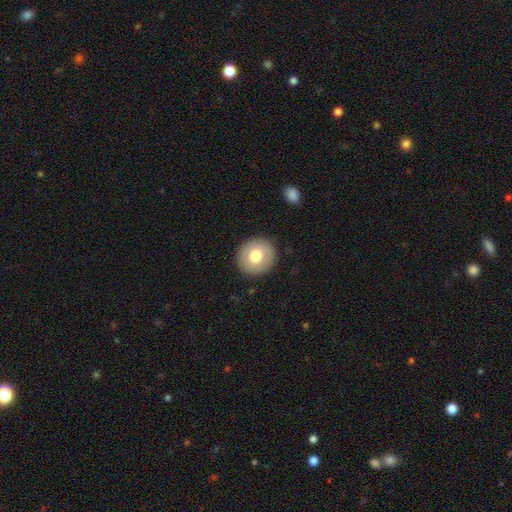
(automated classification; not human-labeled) Smooth or featured? smooth (69%)
How rounded? round (88%)
Merging? none (89%)